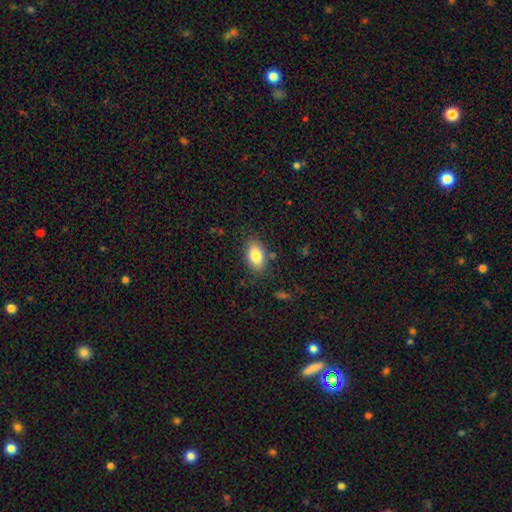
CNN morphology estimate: The model was most divided on "merging": none: 82%, minor disturbance: 12%, major disturbance: 3%, merger: 2%. More confident: how rounded — in between (90%); smooth or featured — smooth (83%).